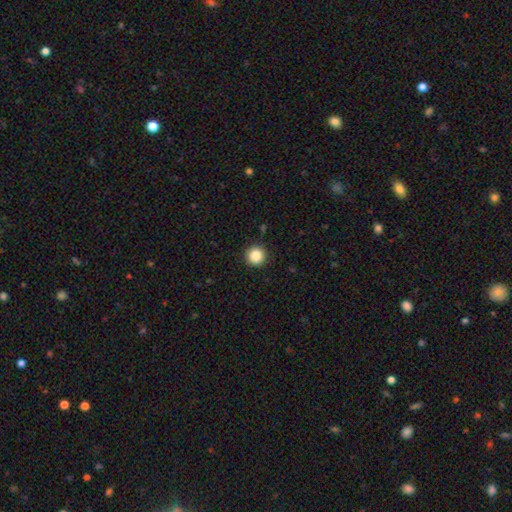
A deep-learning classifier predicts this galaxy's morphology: Smooth or featured? Predicted: smooth (p=0.87). How rounded? Predicted: round (p=0.96). Merging? Predicted: none (p=0.92).